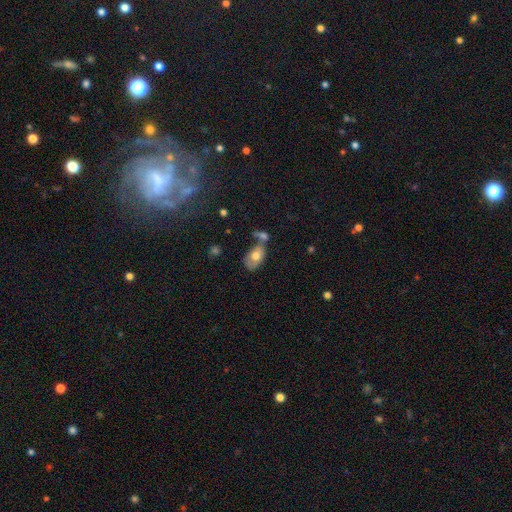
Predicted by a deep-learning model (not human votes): Smooth or featured?
  - smooth: 68% *
  - featured or disk: 25%
  - star or artifact: 7%
How rounded?
  - in between: 89% *
  - round: 10%
  - cigar-shaped: 2%
Merging?
  - merger: 39% *
  - none: 36%
  - minor disturbance: 16%
  - major disturbance: 9%